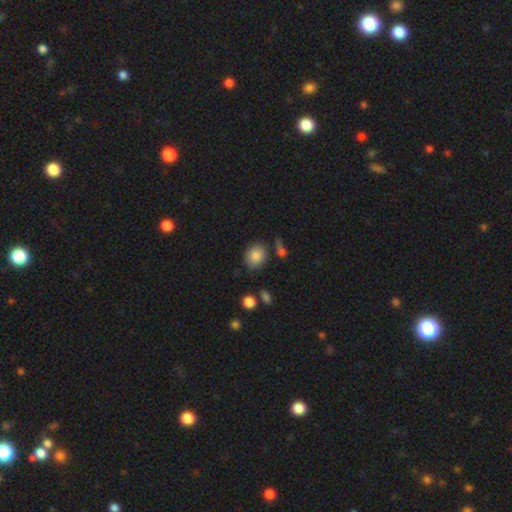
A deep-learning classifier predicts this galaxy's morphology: smooth-or-featured: smooth: 84% | star or artifact: 9% | featured or disk: 8%
  how-rounded: round: 58% | in between: 41% | cigar-shaped: 1%
  merging: none: 76% | minor disturbance: 14% | merger: 6% | major disturbance: 4%